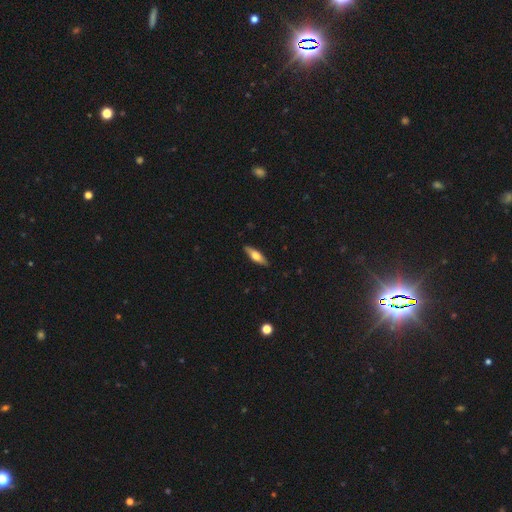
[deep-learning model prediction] Smooth or featured: smooth — 51% (featured or disk — 43%)
How rounded: cigar-shaped — 55% (in between — 43%)
Merging: none — 89% (minor disturbance — 8%)